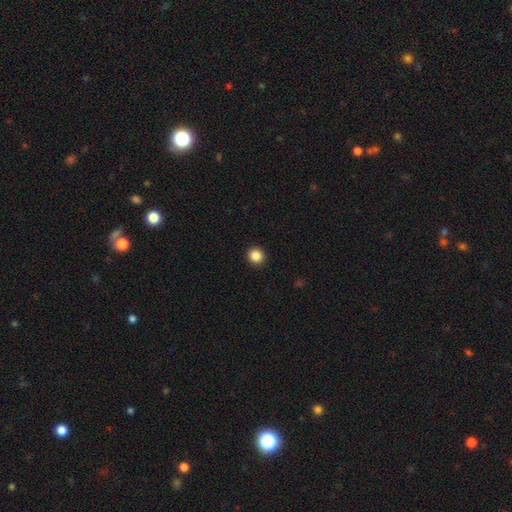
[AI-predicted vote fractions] Morphology: type=smooth (87%); roundness=round (93%); merging=none (93%).